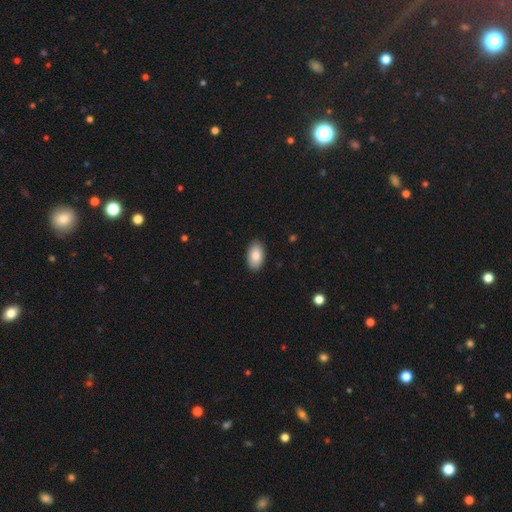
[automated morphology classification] This appears to be a smooth galaxy with no disk features (87%) that is in between round and cigar-shaped (95%). Merging: none (89%).